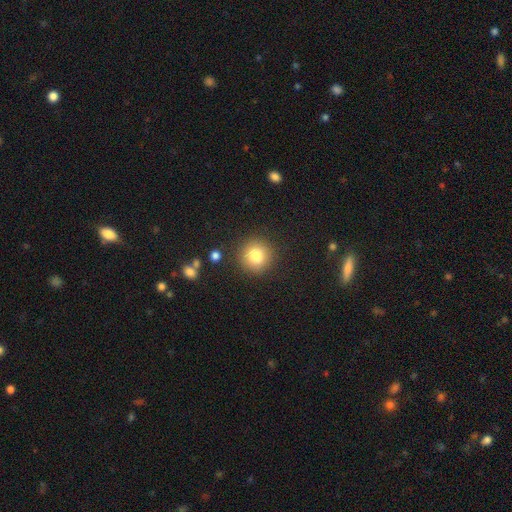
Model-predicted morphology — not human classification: type=smooth (81%); roundness=round (93%); merging=none (88%).